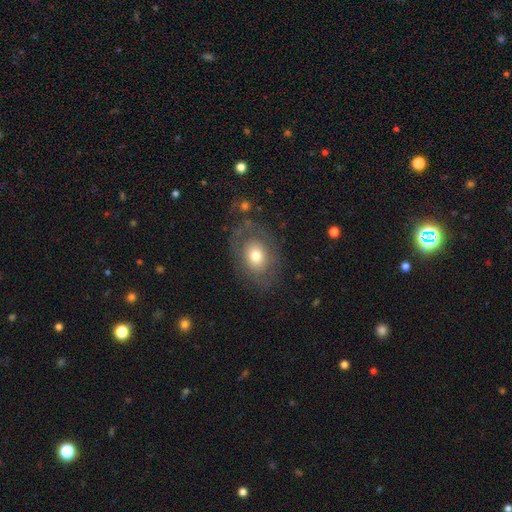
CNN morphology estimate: type=smooth (58%); roundness=in between (68%); merging=none (72%).